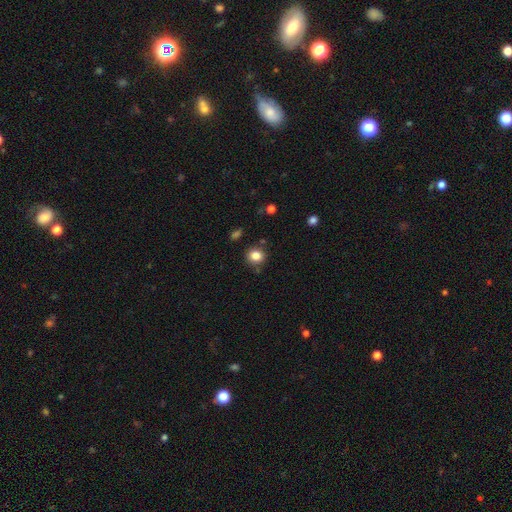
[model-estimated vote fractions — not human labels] This appears to be a smooth galaxy with no disk features (84%) that is round (82%). Merging: none (83%).